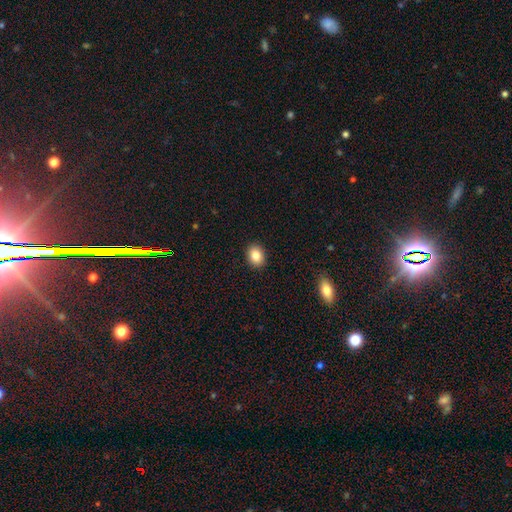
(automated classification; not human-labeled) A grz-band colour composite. It shows a smooth galaxy with no disk features (85%) that is in between round and cigar-shaped (60%). Merging: none (91%).